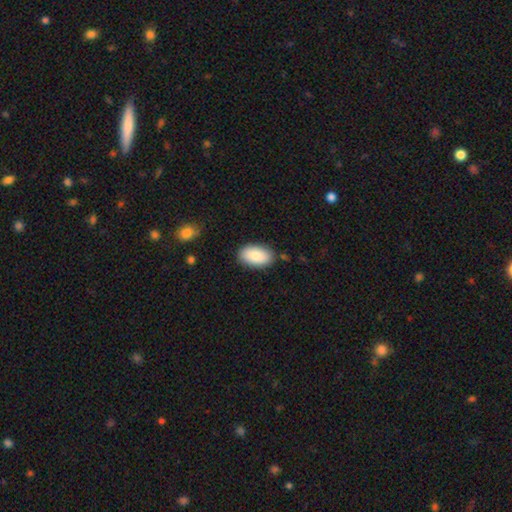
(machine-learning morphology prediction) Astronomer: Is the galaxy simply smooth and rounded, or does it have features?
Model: smooth — 84%.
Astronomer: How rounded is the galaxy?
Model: in between — 94%.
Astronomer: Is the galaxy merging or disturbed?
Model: none — 84%.